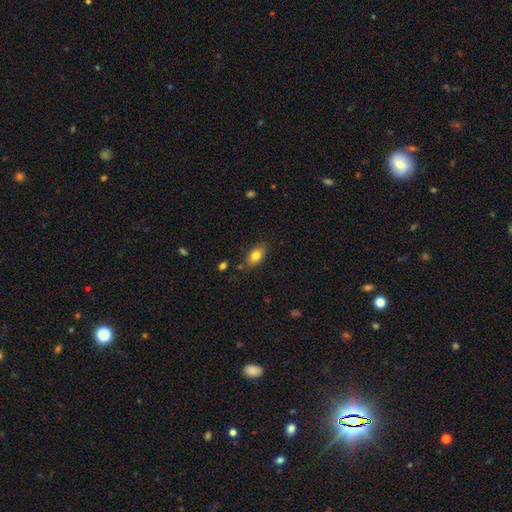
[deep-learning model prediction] Smooth or featured? smooth (81%)
How rounded? in between (89%)
Merging? none (81%)